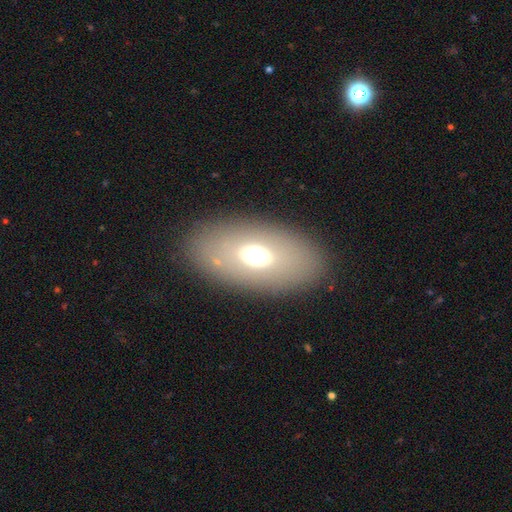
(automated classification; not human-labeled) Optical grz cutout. It shows a smooth galaxy with no disk features (59%) that is in between round and cigar-shaped (88%). Merging: none (84%).